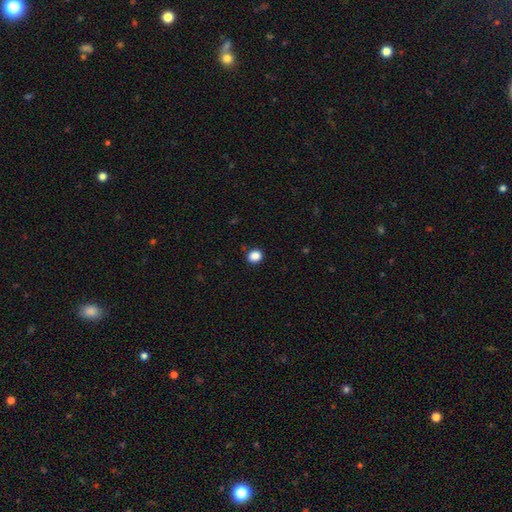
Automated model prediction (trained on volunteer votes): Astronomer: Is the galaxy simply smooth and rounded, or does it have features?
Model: smooth — 87%.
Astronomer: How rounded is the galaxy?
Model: round — 69%.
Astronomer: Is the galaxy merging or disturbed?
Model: none — 89%.